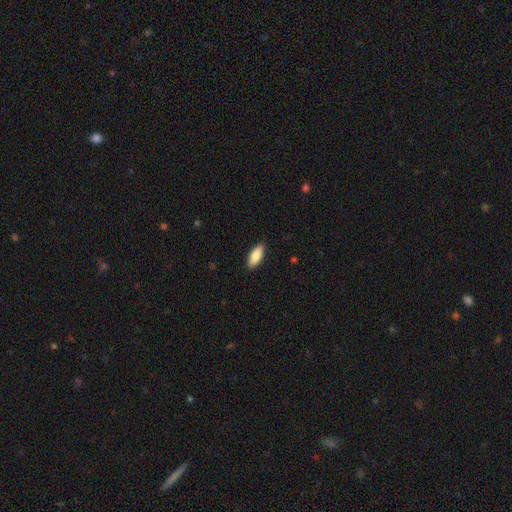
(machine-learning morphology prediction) The model was most divided on "how rounded": in between: 76%, cigar-shaped: 22%, round: 2%. More confident: merging — none (89%); smooth or featured — smooth (87%).